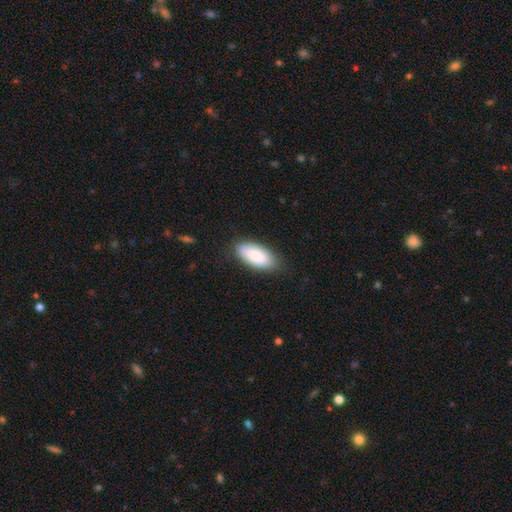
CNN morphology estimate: The model was most divided on "merging": none: 82%, minor disturbance: 14%, major disturbance: 3%, merger: 1%. More confident: how rounded — in between (89%); smooth or featured — smooth (85%).